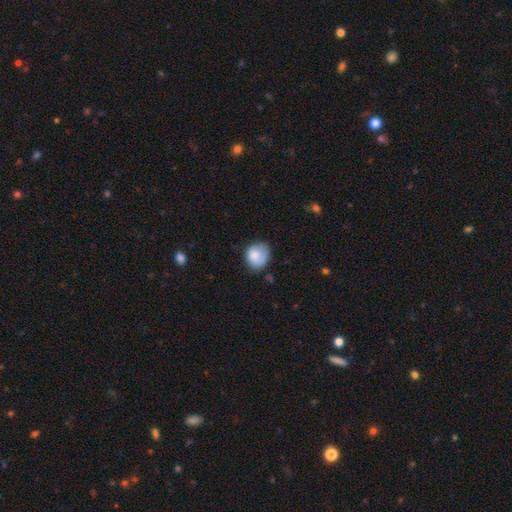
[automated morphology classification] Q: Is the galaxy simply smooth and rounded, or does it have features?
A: smooth — 81%.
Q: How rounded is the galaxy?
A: round — 57%.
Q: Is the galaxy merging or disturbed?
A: none — 56%.